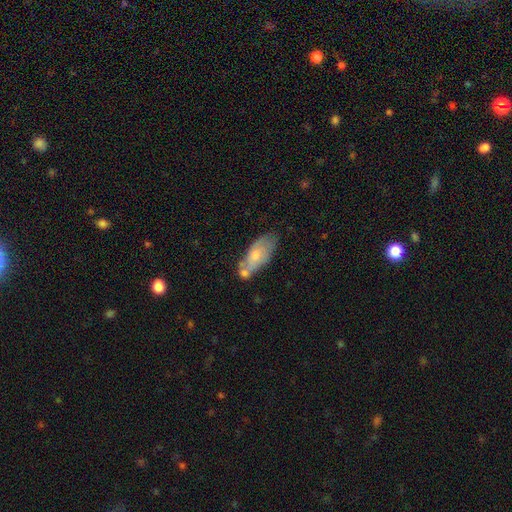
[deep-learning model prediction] This is possibly a smooth galaxy (58%). How rounded: clearly in between (80%). Merging: marginally none (43%).